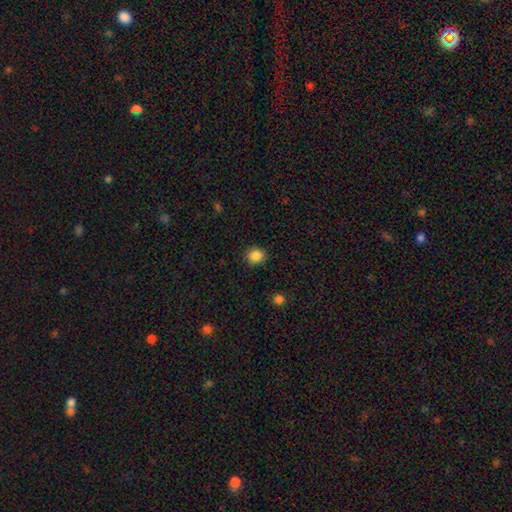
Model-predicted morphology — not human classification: A smooth galaxy with no disk features (86%) that is round (84%).

Vote fractions:
- Smooth or featured? smooth: 86% / star or artifact: 10% / featured or disk: 3%
- How rounded? round: 84% / in between: 15% / cigar-shaped: 1%
- Merging? none: 90% / minor disturbance: 7% / major disturbance: 2% / merger: 1%